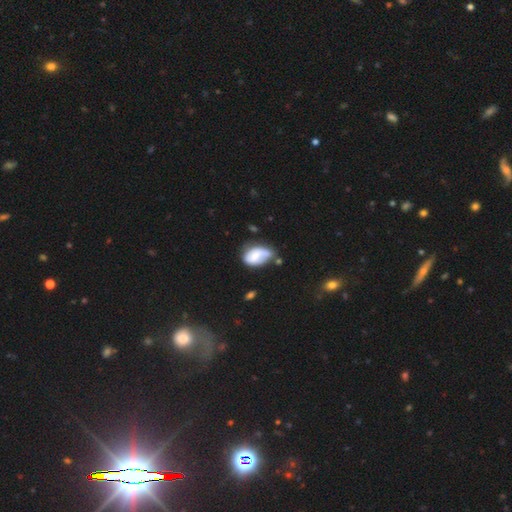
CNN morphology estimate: A smooth galaxy with no disk features (48%).

Vote fractions:
- Smooth or featured? smooth: 48% / featured or disk: 44% / star or artifact: 7%
- Merging? none: 38% / minor disturbance: 35% / major disturbance: 17% / merger: 10%